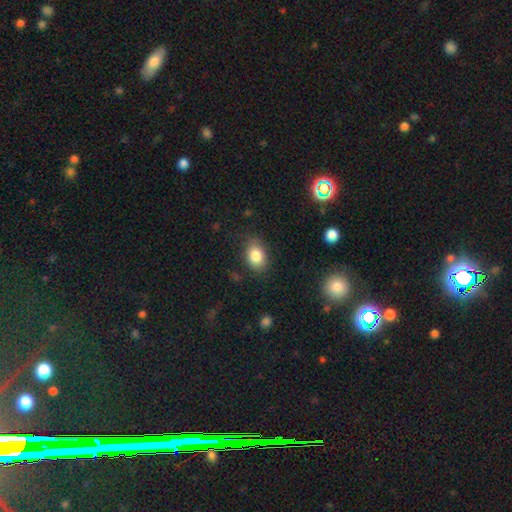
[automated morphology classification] smooth_or_featured: smooth (p=0.83) [alt: star or artifact p=0.09]
how_rounded: in between (p=0.75) [alt: round p=0.24]
merging: none (p=0.80) [alt: minor disturbance p=0.15]